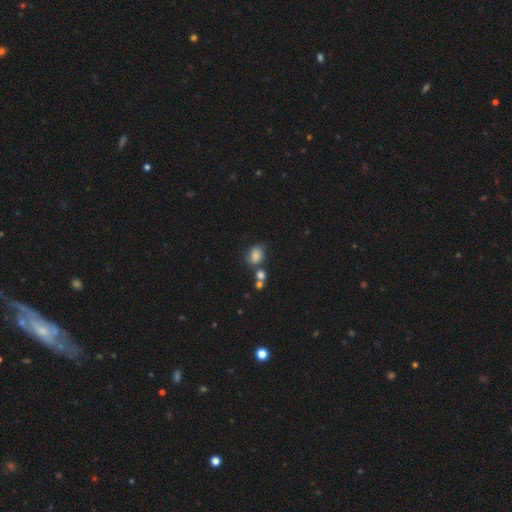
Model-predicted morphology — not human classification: smooth_or_featured: smooth (p=0.66) [alt: featured or disk p=0.22]
how_rounded: in between (p=0.54) [alt: round p=0.45]
merging: none (p=0.51) [alt: minor disturbance p=0.21]